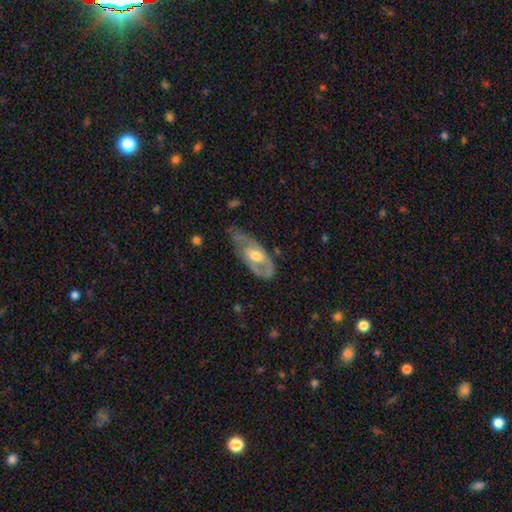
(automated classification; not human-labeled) Morphology: type=featured or disk (71%); edge-on=no (86%); bar=no (59%); spiral arms=yes (63%); bulge=moderate (68%); merging=none (56%).